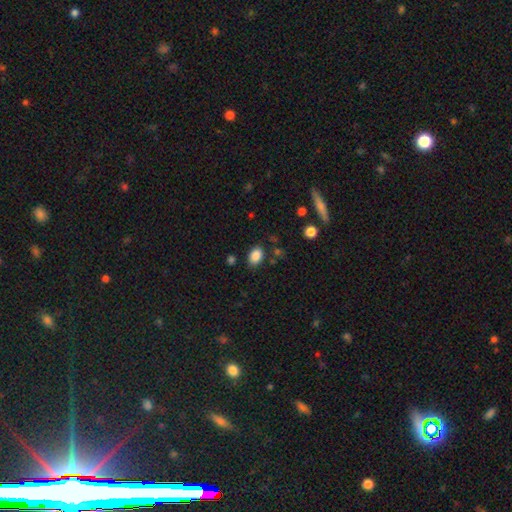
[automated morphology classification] smooth_or_featured: smooth (p=0.86) [alt: star or artifact p=0.09]
how_rounded: in between (p=0.81) [alt: round p=0.18]
merging: none (p=0.83) [alt: minor disturbance p=0.11]